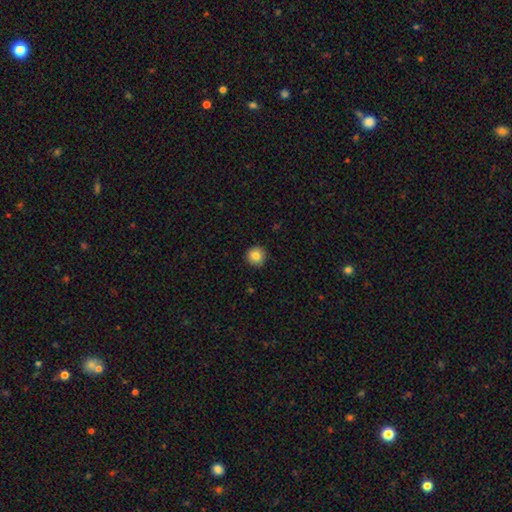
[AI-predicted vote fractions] A smooth galaxy with no disk features (83%) that is round (95%). Merging: none (90%).